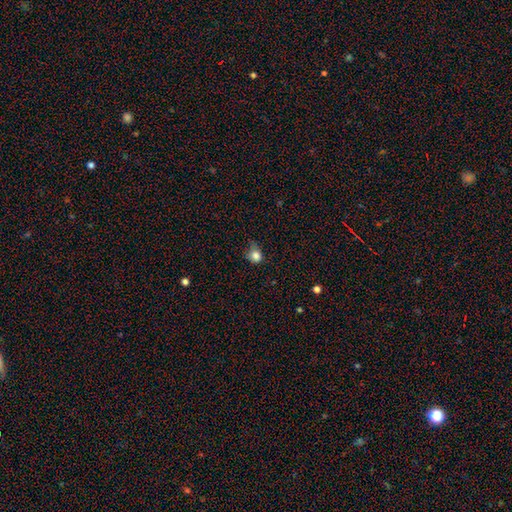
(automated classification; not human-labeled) The model was most divided on "merging": minor disturbance: 41%, none: 39%, major disturbance: 18%, merger: 3%. More confident: smooth or featured — smooth (82%); how rounded — round (69%).